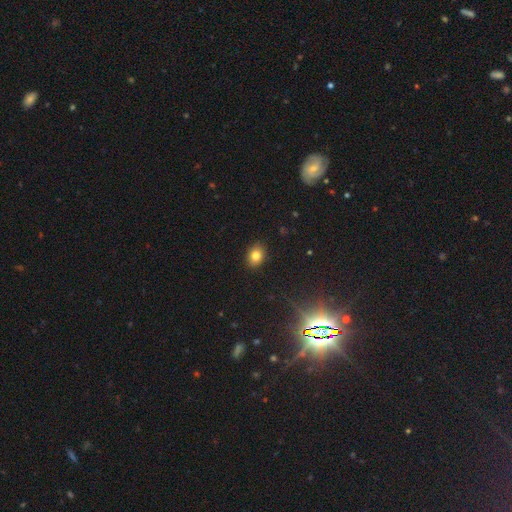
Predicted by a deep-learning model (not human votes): Smooth or featured? smooth (79%)
How rounded? in between (61%)
Merging? none (89%)